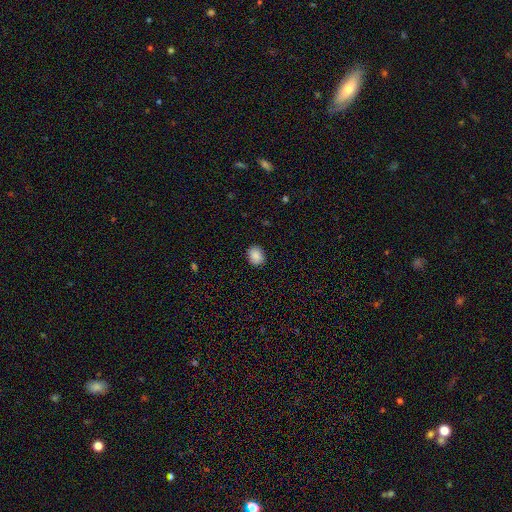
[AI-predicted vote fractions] Morphology: type=smooth (88%); roundness=round (53%); merging=none (88%).